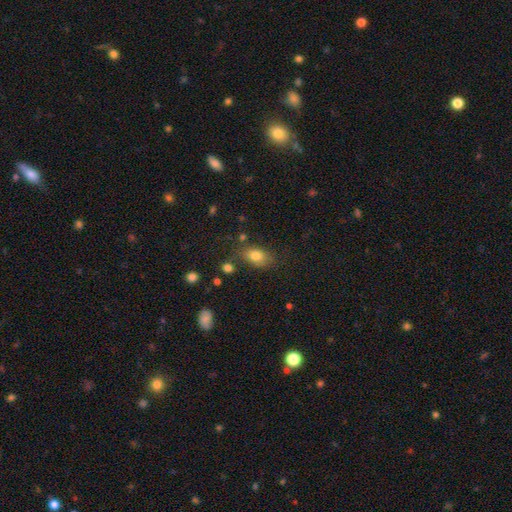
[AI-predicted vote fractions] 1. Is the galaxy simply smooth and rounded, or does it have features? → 80% smooth, 10% star or artifact, 10% featured or disk.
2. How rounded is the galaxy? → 80% in between, 18% round, 2% cigar-shaped.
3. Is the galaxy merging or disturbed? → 70% none, 19% minor disturbance, 6% major disturbance, 5% merger.